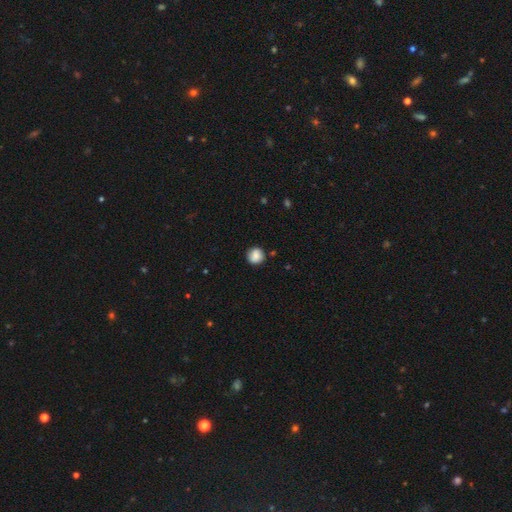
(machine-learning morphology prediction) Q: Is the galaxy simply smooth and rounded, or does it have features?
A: smooth — 82%.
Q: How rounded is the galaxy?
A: round — 91%.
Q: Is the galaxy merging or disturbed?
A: none — 84%.